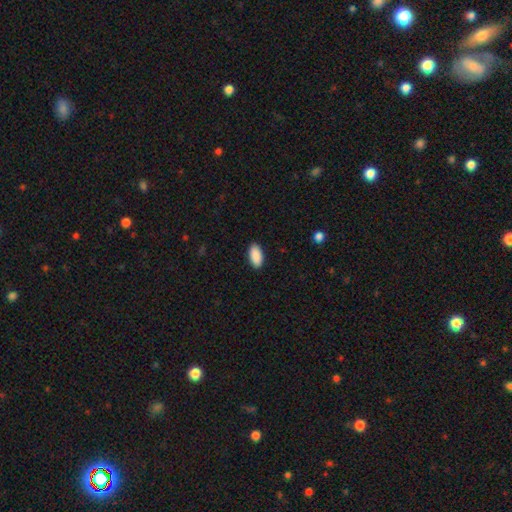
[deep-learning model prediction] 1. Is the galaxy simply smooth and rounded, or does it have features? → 91% smooth, 6% star or artifact, 3% featured or disk.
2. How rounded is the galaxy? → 93% in between, 5% cigar-shaped, 2% round.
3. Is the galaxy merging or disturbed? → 90% none, 7% minor disturbance, 2% major disturbance, 1% merger.